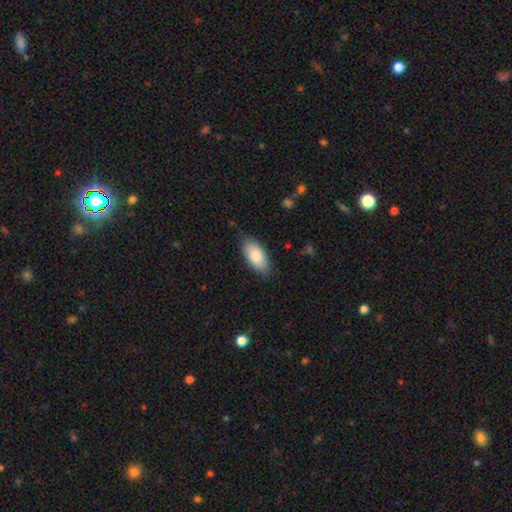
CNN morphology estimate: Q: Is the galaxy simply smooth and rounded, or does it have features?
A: smooth — 82%.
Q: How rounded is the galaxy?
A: in between — 91%.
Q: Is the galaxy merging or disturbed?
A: none — 81%.